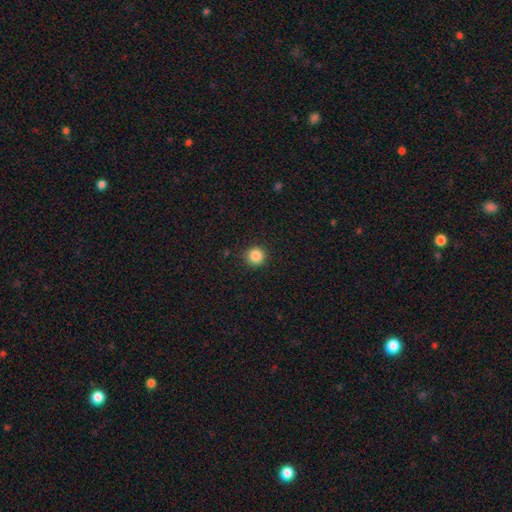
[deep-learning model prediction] smooth 86%, star or artifact 11%, featured or disk 4%. Down the decision tree: how rounded — round (94%); merging — none (90%).